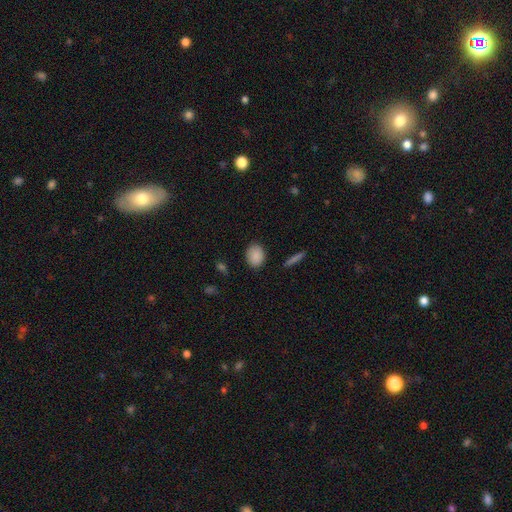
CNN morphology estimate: The model was most divided on "how rounded": in between: 66%, round: 33%, cigar-shaped: 1%. More confident: smooth or featured — smooth (88%); merging — none (86%).